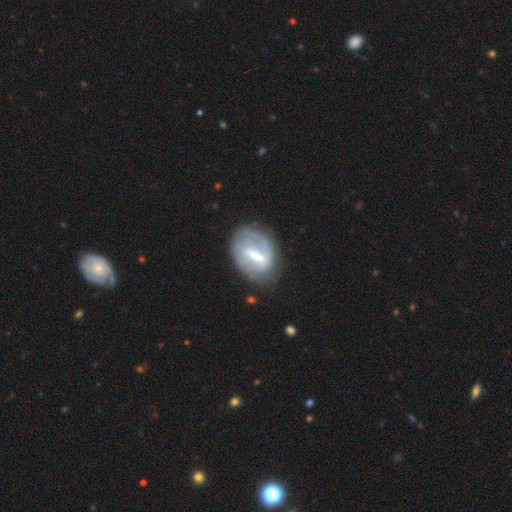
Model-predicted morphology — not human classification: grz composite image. It shows a featured or disk galaxy (65%) with a strong bar (60%), spiral arms (53%) and a moderate central bulge (44%). Merging: none (64%).